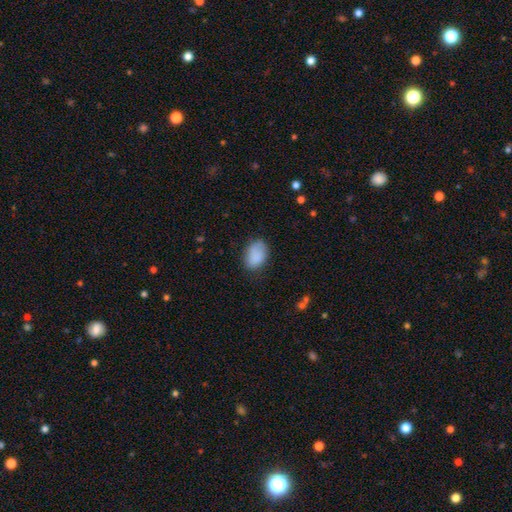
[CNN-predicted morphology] Smooth or featured?
  - smooth: 86% *
  - featured or disk: 7%
  - star or artifact: 7%
How rounded?
  - in between: 87% *
  - round: 12%
  - cigar-shaped: 1%
Merging?
  - none: 74% *
  - minor disturbance: 20%
  - major disturbance: 5%
  - merger: 1%